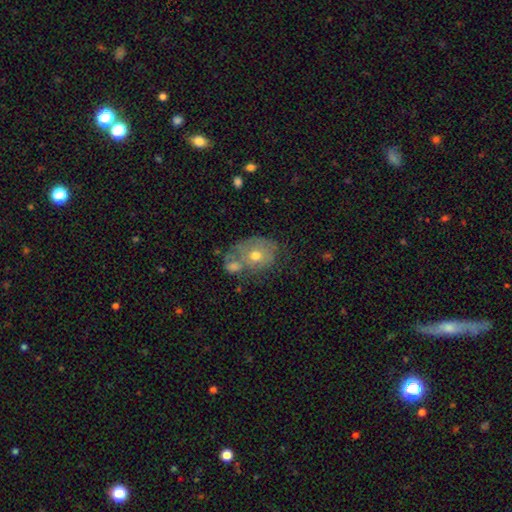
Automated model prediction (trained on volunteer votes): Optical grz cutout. It shows a smooth galaxy with no disk features (52%) that is round (52%). Merging: merger (38%).